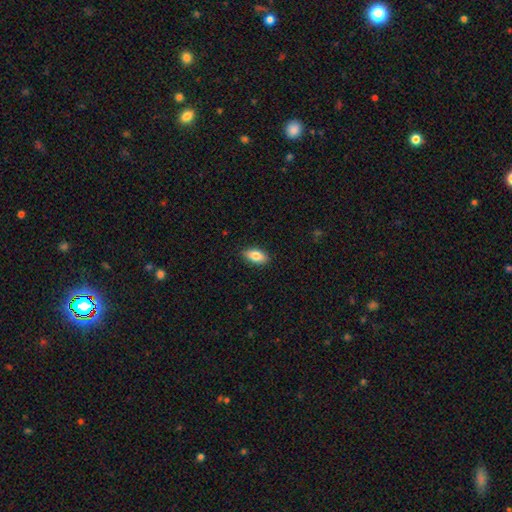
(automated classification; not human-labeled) A smooth galaxy with no disk features (81%) that is in between round and cigar-shaped (89%). Merging: none (88%).